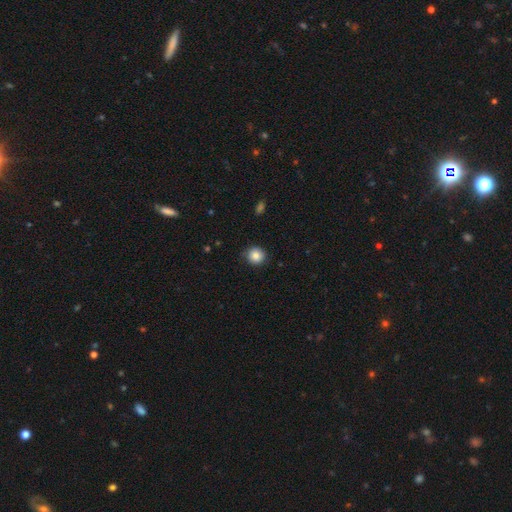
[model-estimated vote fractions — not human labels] The model was most divided on "merging": none: 85%, minor disturbance: 12%, major disturbance: 2%, merger: 1%. More confident: how rounded — round (89%); smooth or featured — smooth (85%).